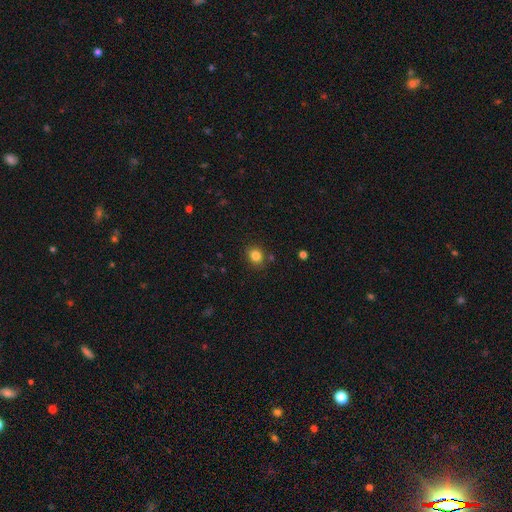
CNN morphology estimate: A smooth galaxy with no disk features (83%) that is round (63%). Merging: none (83%).